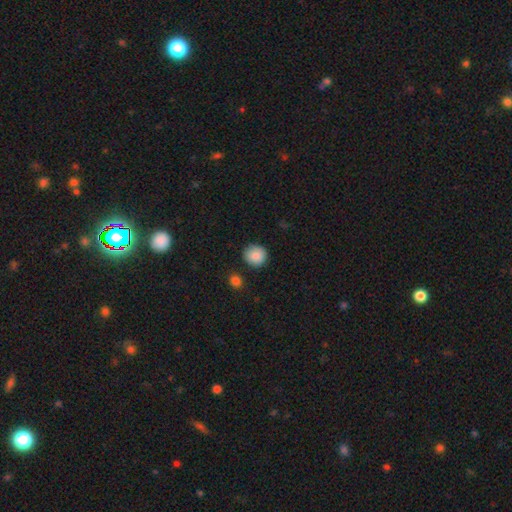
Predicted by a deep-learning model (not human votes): Smooth or featured? Predicted: smooth (p=0.88). How rounded? Predicted: round (p=0.90). Merging? Predicted: none (p=0.87).